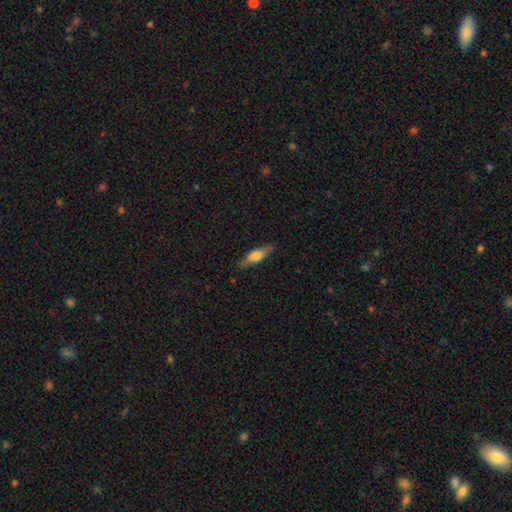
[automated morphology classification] Overall: smooth (51%; featured or disk 43%). How rounded: cigar-shaped (59%; in between 38%). Merging: none (85%).